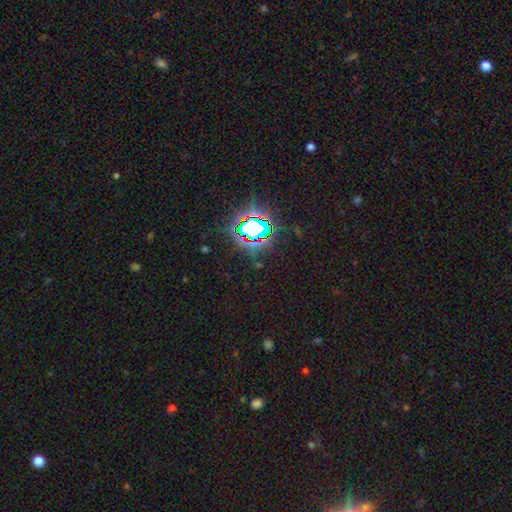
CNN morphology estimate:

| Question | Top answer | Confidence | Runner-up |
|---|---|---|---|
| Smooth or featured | star or artifact | 80% | smooth (12%) |